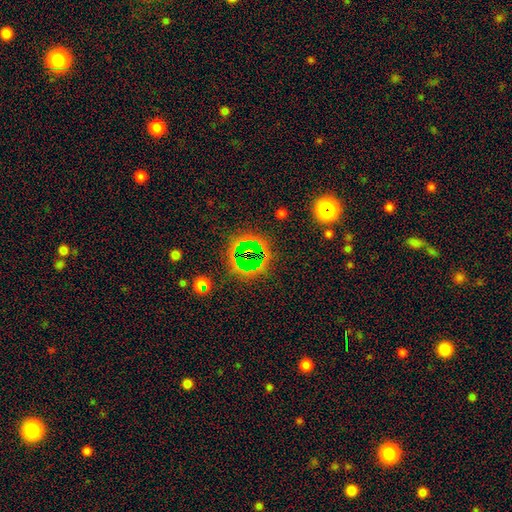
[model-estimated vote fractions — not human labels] A star or artifact, not a galaxy (70%).